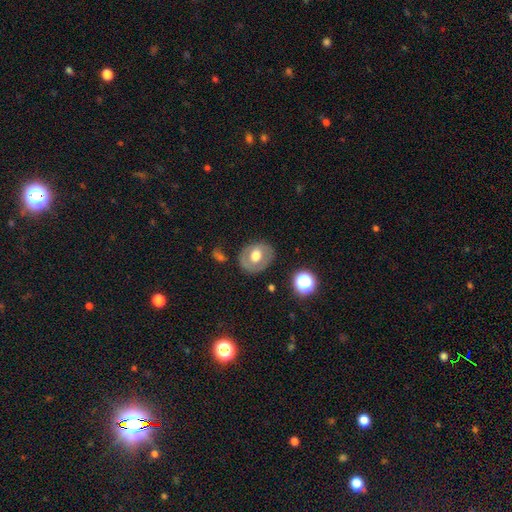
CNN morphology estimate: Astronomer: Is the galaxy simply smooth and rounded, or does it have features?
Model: smooth — 53% (runner-up: featured or disk, 39%).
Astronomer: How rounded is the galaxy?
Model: round — 54% (runner-up: in between, 45%).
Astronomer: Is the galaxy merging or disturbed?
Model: none — 79%.